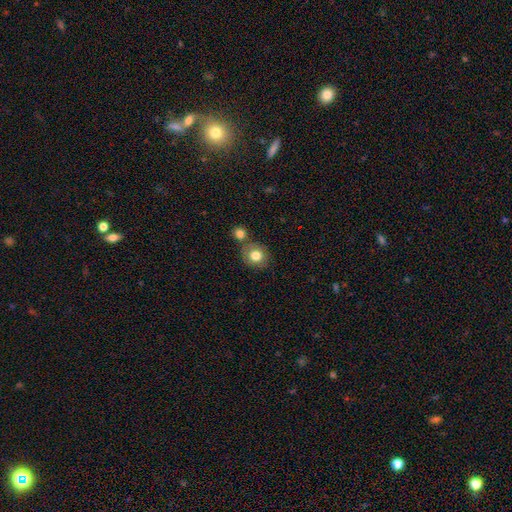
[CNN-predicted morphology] smooth_or_featured: smooth (p=0.80) [alt: featured or disk p=0.11]
how_rounded: round (p=0.78) [alt: in between p=0.21]
merging: none (p=0.68) [alt: merger p=0.17]